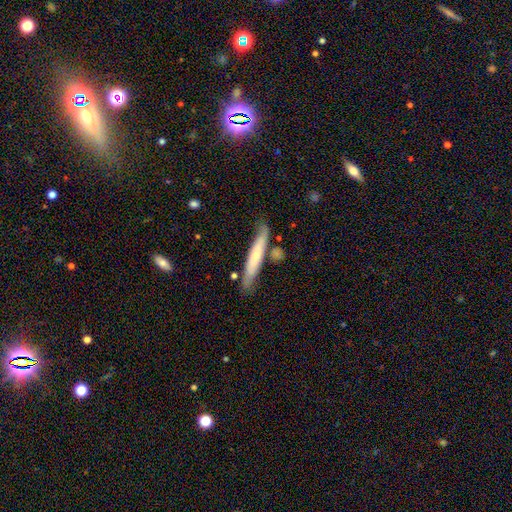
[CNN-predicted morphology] Smooth or featured?
  - smooth: 54% *
  - featured or disk: 40%
  - star or artifact: 6%
How rounded?
  - cigar-shaped: 92% *
  - in between: 7%
  - round: 1%
Merging?
  - none: 74% *
  - minor disturbance: 16%
  - merger: 7%
  - major disturbance: 3%